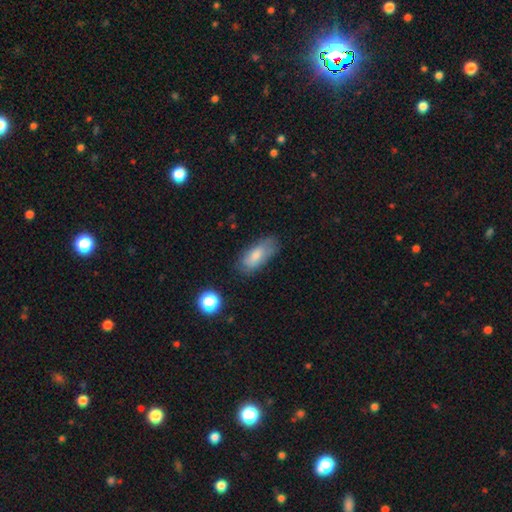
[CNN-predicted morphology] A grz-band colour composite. It shows a smooth galaxy with no disk features (77%) that is in between round and cigar-shaped (82%). Merging: none (70%).